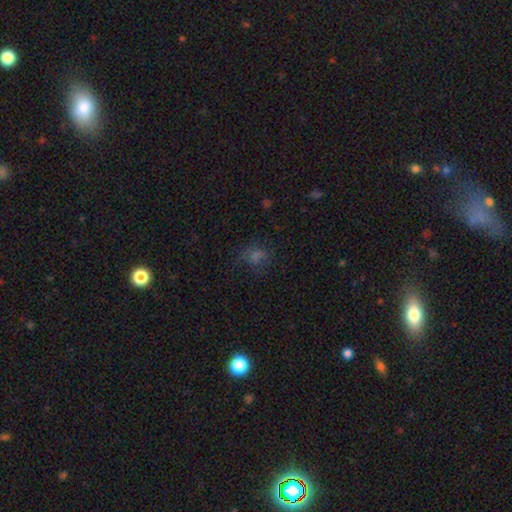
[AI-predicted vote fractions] smooth 57%, star or artifact 31%, featured or disk 12%. Down the decision tree: how rounded — round (62%); merging — none (68%).